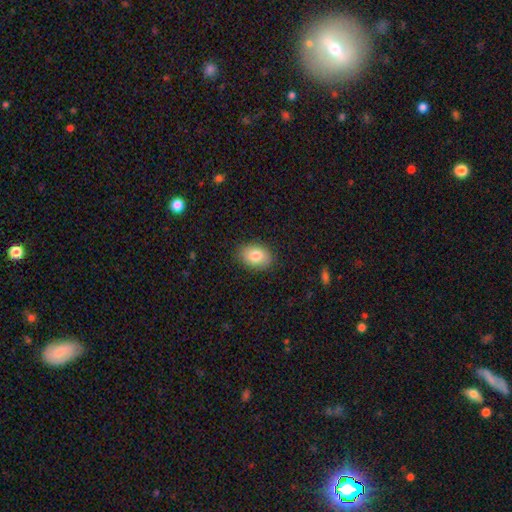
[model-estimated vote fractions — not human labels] A smooth galaxy with no disk features (81%) that is in between round and cigar-shaped (78%).

Vote fractions:
- Smooth or featured? smooth: 81% / featured or disk: 11% / star or artifact: 8%
- How rounded? in between: 78% / round: 21% / cigar-shaped: 1%
- Merging? none: 87% / minor disturbance: 10% / major disturbance: 2% / merger: 1%